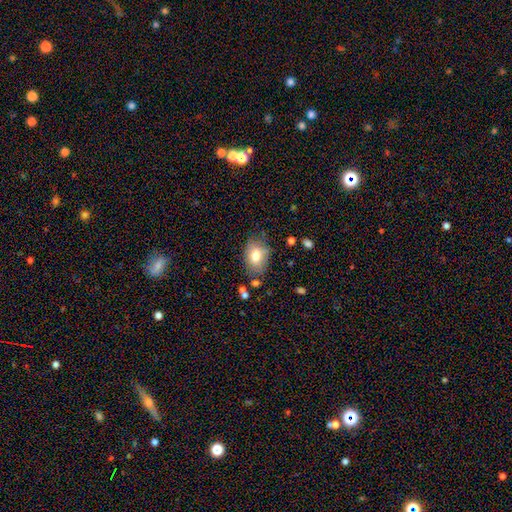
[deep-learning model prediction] Smooth or featured?
  - smooth: 77% *
  - featured or disk: 15%
  - star or artifact: 8%
How rounded?
  - in between: 82% *
  - round: 17%
  - cigar-shaped: 1%
Merging?
  - none: 70% *
  - minor disturbance: 21%
  - major disturbance: 6%
  - merger: 4%